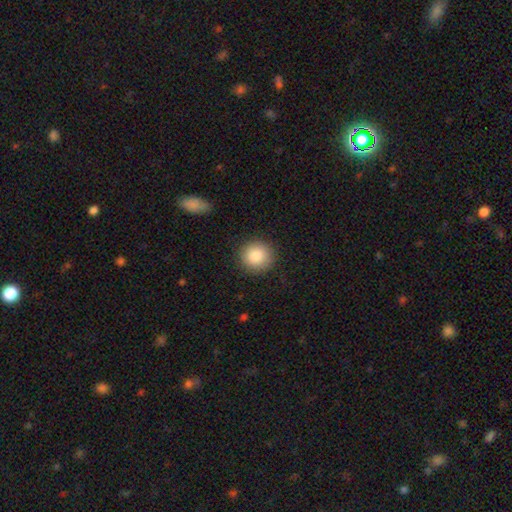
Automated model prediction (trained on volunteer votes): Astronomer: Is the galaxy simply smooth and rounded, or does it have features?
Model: smooth — 87%.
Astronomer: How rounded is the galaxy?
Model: round — 92%.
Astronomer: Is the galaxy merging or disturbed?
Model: none — 90%.